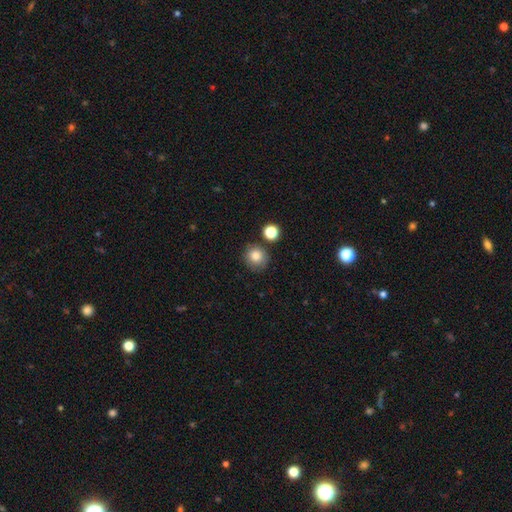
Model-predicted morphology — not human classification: type=smooth (83%); roundness=round (88%); merging=none (80%).